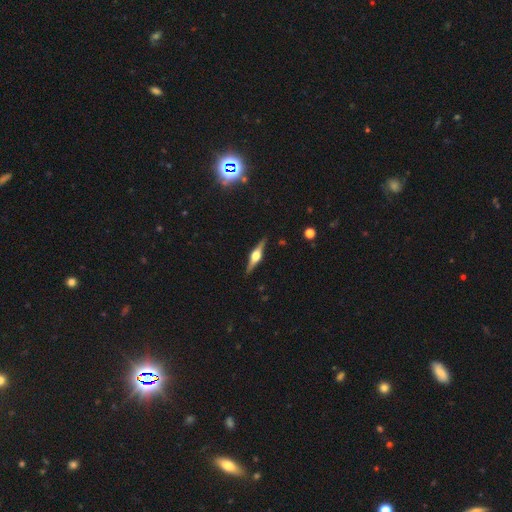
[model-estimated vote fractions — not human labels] A featured or disk galaxy (79%) viewed edge-on (98%) with a rounded central bulge (91%). Merging: none (89%).